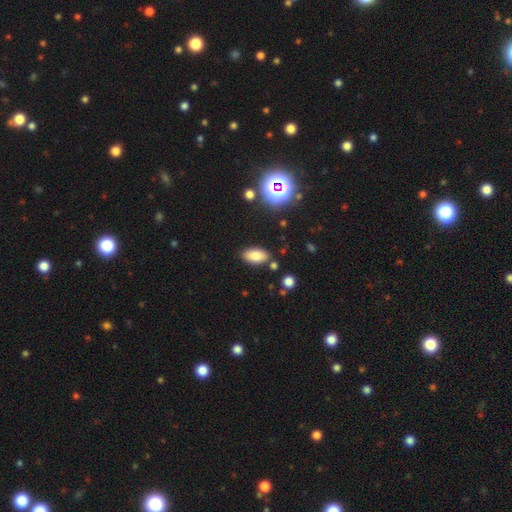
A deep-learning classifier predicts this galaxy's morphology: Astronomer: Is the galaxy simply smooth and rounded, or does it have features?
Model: smooth — 80%.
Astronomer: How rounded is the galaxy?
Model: in between — 92%.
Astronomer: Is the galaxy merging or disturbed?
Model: none — 83%.